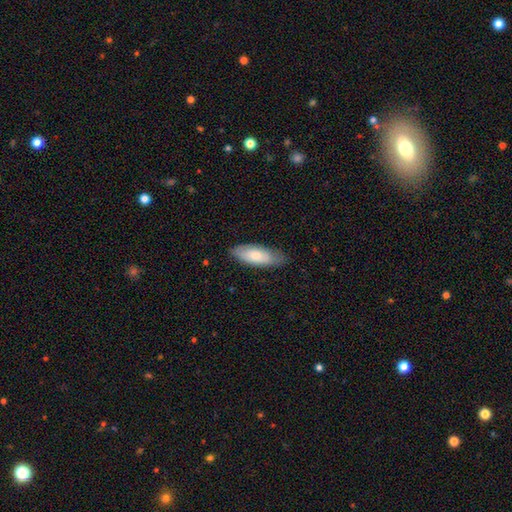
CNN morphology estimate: smooth_or_featured: smooth (p=0.74) [alt: featured or disk p=0.21]
how_rounded: in between (p=0.76) [alt: cigar-shaped p=0.22]
merging: none (p=0.74) [alt: minor disturbance p=0.21]